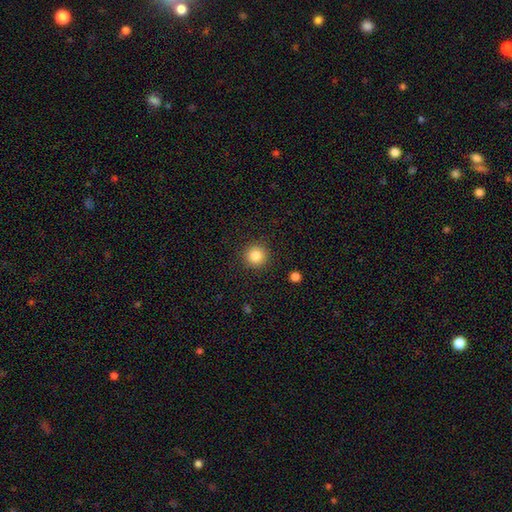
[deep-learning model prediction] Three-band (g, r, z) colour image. It shows a smooth galaxy with no disk features (85%) that is round (95%). Merging: none (91%).